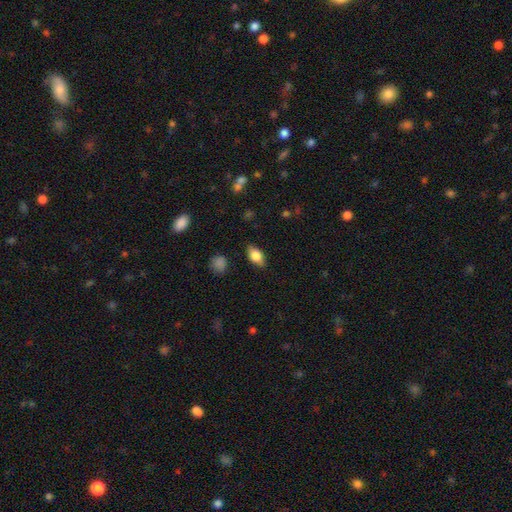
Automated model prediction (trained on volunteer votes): A smooth galaxy with no disk features (75%) that is in between round and cigar-shaped (85%).

Vote fractions:
- Smooth or featured? smooth: 75% / featured or disk: 18% / star or artifact: 8%
- How rounded? in between: 85% / cigar-shaped: 8% / round: 7%
- Merging? none: 84% / minor disturbance: 12% / major disturbance: 3% / merger: 1%